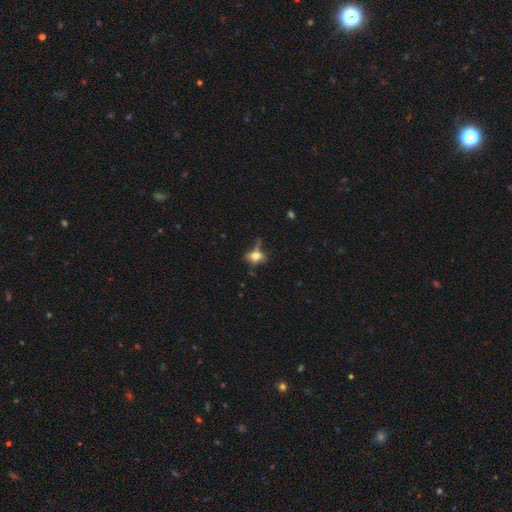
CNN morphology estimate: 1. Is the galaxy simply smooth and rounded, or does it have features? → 58% smooth, 28% featured or disk, 15% star or artifact.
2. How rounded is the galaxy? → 64% in between, 27% round, 9% cigar-shaped.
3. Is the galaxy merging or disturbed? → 44% none, 22% minor disturbance, 20% major disturbance, 14% merger.